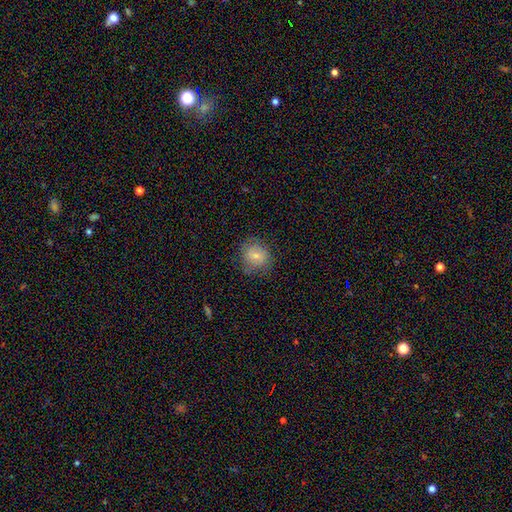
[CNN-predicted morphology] Overall: smooth (71%). How rounded: round (78%). Merging: none (74%).